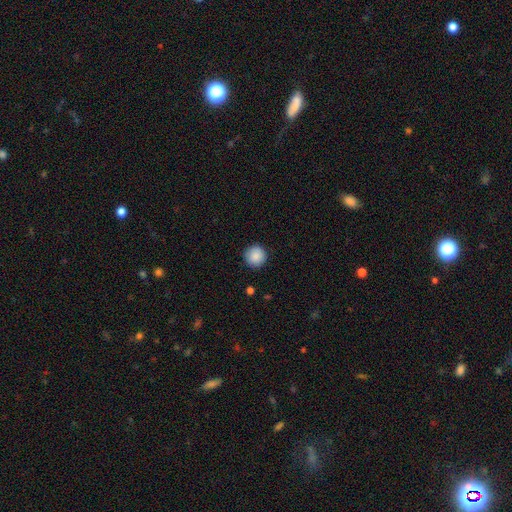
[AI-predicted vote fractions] Overall: smooth (89%). How rounded: round (95%). Merging: none (90%).